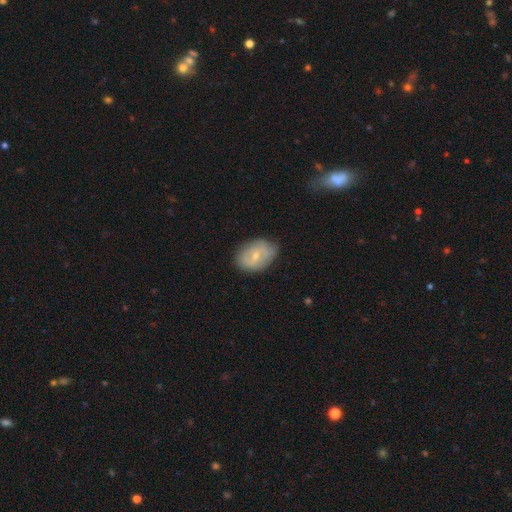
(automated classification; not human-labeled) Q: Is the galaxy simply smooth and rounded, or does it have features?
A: smooth — 54%.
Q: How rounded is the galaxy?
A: in between — 79%.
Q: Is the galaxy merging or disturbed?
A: none — 72%.